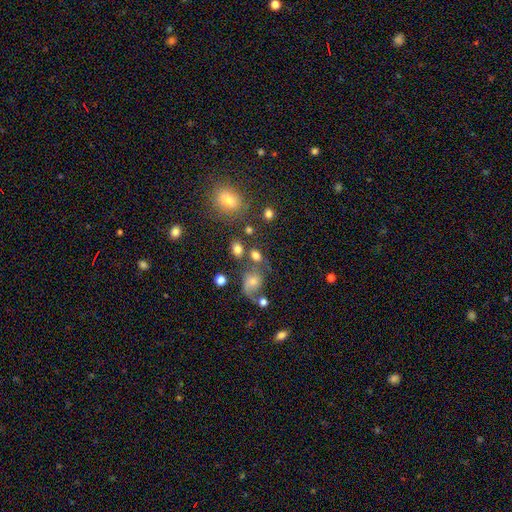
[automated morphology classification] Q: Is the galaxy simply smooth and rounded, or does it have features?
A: smooth — 70%.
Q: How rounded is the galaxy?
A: round — 54%.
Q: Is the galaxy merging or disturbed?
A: none — 53%.